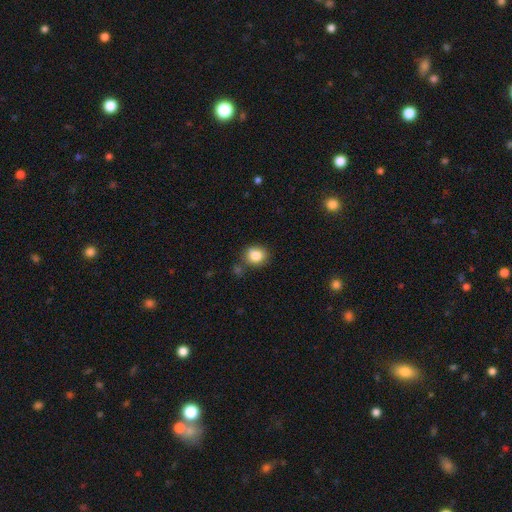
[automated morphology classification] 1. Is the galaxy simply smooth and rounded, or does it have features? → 84% smooth, 10% star or artifact, 7% featured or disk.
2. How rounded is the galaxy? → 70% round, 29% in between, 1% cigar-shaped.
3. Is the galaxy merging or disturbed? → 71% none, 17% minor disturbance, 7% merger, 4% major disturbance.